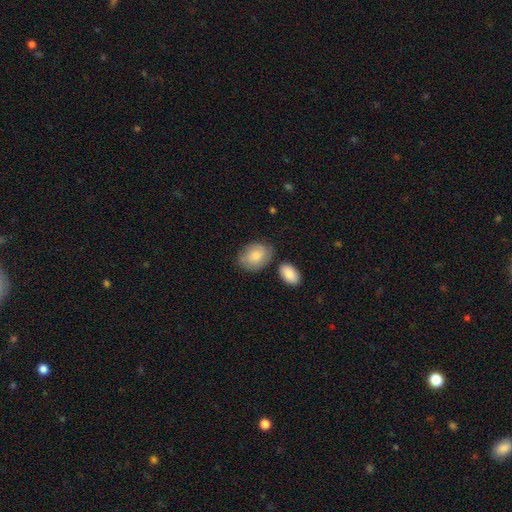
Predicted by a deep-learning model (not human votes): smooth-or-featured: smooth: 77% | featured or disk: 17% | star or artifact: 6%
  how-rounded: in between: 69% | round: 30% | cigar-shaped: 1%
  merging: none: 65% | minor disturbance: 22% | merger: 8% | major disturbance: 5%